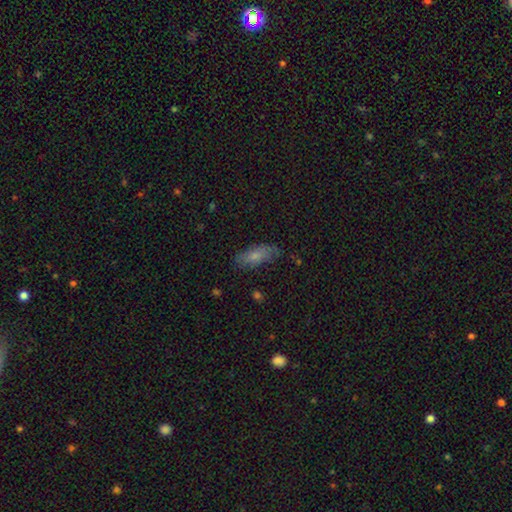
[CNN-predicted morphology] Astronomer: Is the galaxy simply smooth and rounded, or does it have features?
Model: smooth — 71%.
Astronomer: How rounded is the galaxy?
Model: in between — 77%.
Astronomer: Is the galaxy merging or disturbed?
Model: none — 67%.